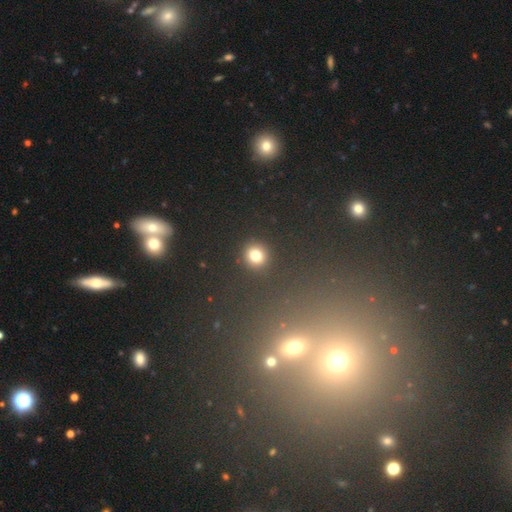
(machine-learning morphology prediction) smooth-or-featured: smooth: 78% | star or artifact: 17% | featured or disk: 5%
  how-rounded: round: 90% | in between: 9% | cigar-shaped: 1%
  merging: none: 90% | minor disturbance: 6% | major disturbance: 2% | merger: 2%